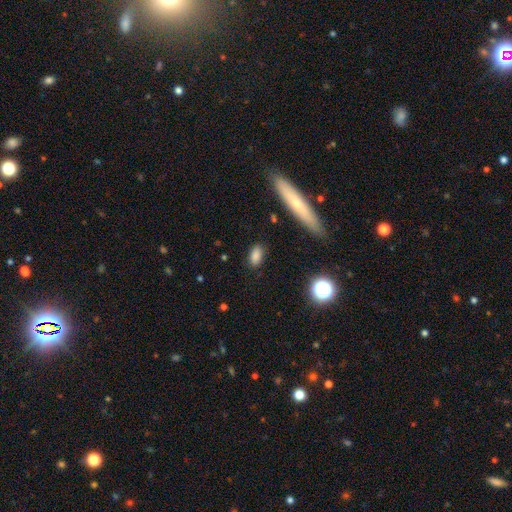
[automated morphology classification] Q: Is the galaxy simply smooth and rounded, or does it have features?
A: smooth — 83%.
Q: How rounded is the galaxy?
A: in between — 87%.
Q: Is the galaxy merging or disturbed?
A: none — 85%.